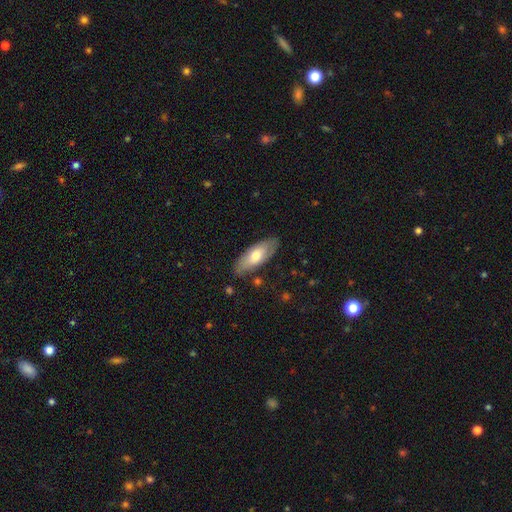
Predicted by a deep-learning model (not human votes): smooth_or_featured: smooth (p=0.63) [alt: featured or disk p=0.31]
how_rounded: in between (p=0.77) [alt: cigar-shaped p=0.21]
merging: none (p=0.80) [alt: minor disturbance p=0.15]